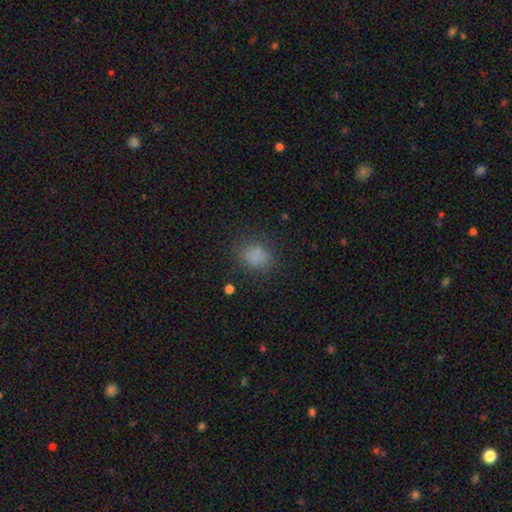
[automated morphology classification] The model was most divided on "how rounded": round: 62%, in between: 37%, cigar-shaped: 1%. More confident: smooth or featured — smooth (80%); merging — none (78%).